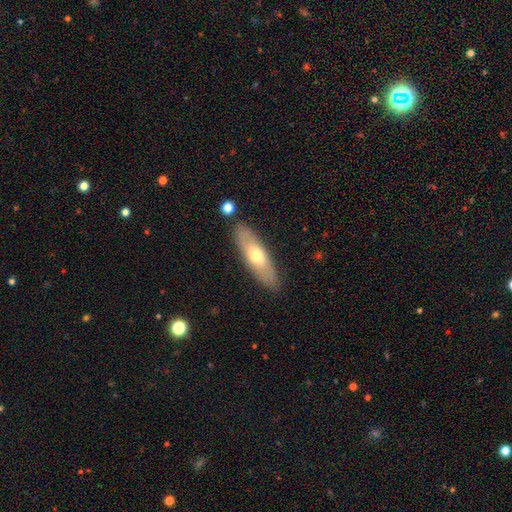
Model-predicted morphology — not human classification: Smooth or featured? smooth (53%)
How rounded? in between (49%)
Merging? none (84%)